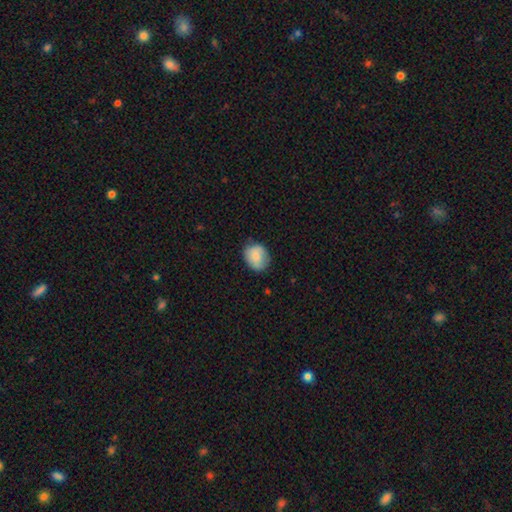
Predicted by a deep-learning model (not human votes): This is clearly a smooth galaxy (82%). How rounded: possibly round (54%). Merging: likely none (73%).